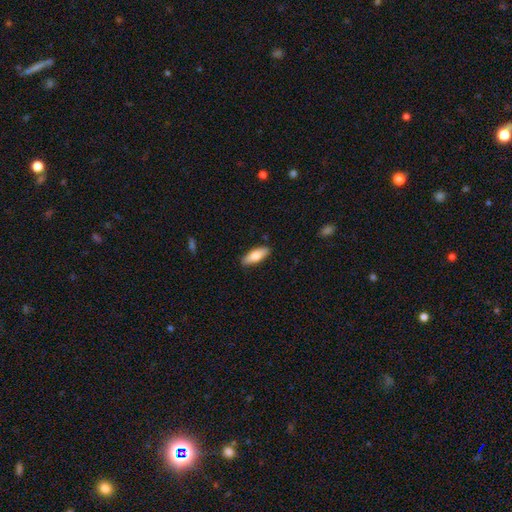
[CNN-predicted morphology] This is likely a smooth galaxy (76%). How rounded: likely in between (68%). Merging: clearly none (88%).